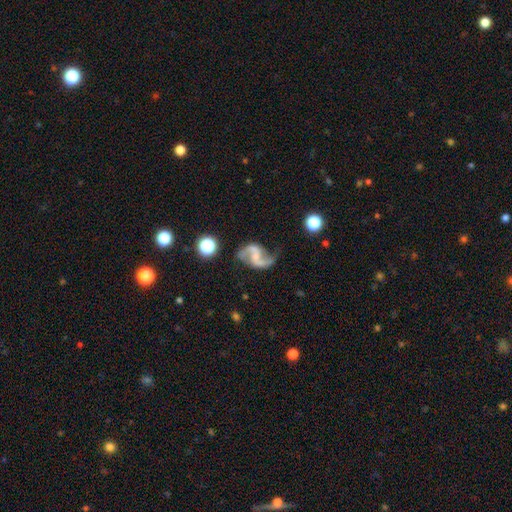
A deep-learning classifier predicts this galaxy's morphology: smooth-or-featured: featured or disk: 89% | star or artifact: 6% | smooth: 5%
  disk-edge-on: no: 98% | yes: 2%
    bar: weak: 42% | no: 37% | strong: 21%
    has-spiral-arms: yes: 97% | no: 3%
      spiral-winding: loose: 62% | medium: 32% | tight: 6%
      spiral-arm-count: 2: 94% | can't tell: 2% | 1: 2% | 3: 1% | 4: 1% | more than 4: 1%
    bulge-size: small: 57% | moderate: 24% | none: 16% | large: 2% | dominant: 1%
  merging: none: 71% | minor disturbance: 17% | major disturbance: 9% | merger: 3%